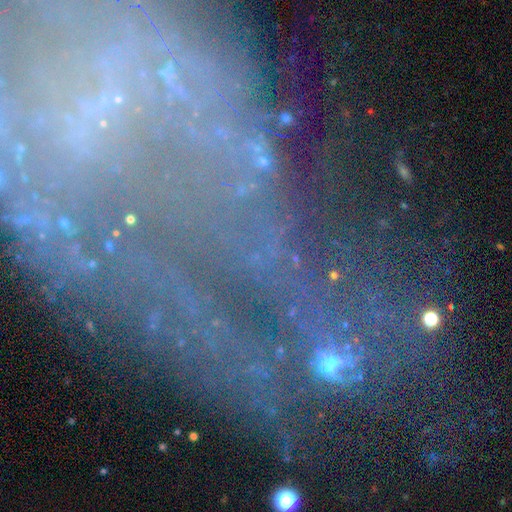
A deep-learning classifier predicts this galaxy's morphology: The model was most divided on "smooth or featured": star or artifact: 62%, featured or disk: 25%, smooth: 13%.